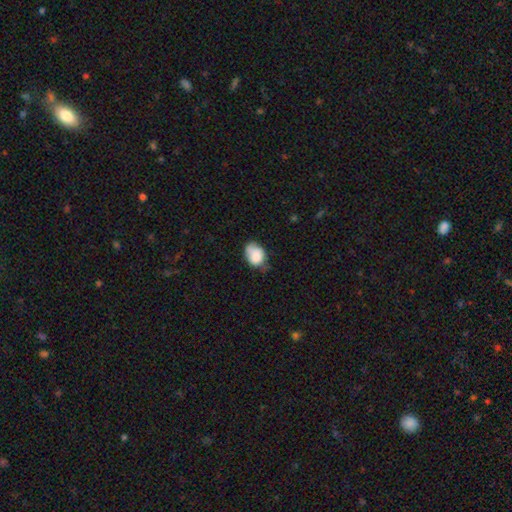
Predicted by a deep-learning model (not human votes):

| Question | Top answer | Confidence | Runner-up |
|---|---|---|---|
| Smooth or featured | smooth | 79% | featured or disk (12%) |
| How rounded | in between | 70% | round (29%) |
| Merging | minor disturbance | 40% | tied: none (40%) |